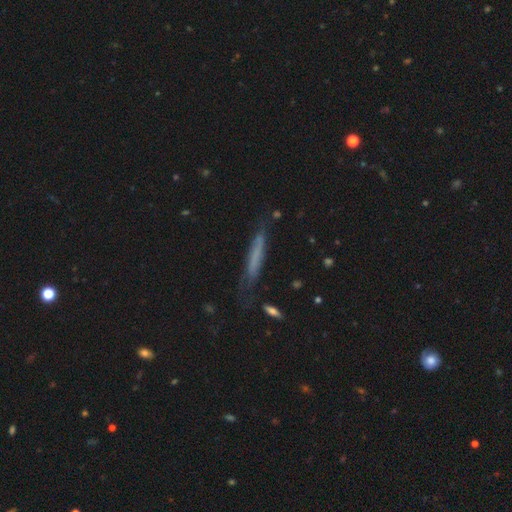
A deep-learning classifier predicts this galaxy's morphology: Smooth or featured? smooth (60%)
How rounded? cigar-shaped (92%)
Merging? none (72%)